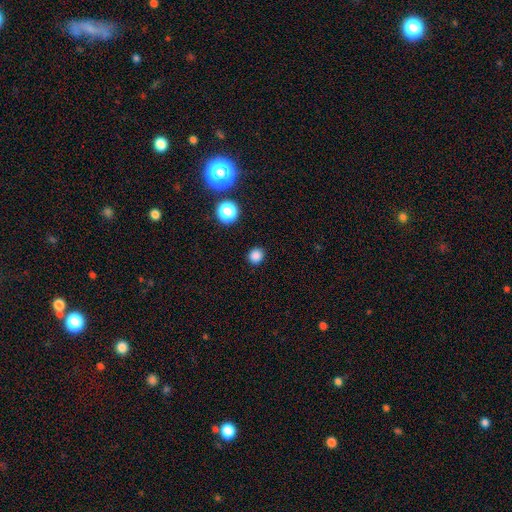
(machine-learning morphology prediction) The model was most divided on "smooth or featured": smooth: 83%, star or artifact: 14%, featured or disk: 3%. More confident: merging — none (90%); how rounded — round (88%).